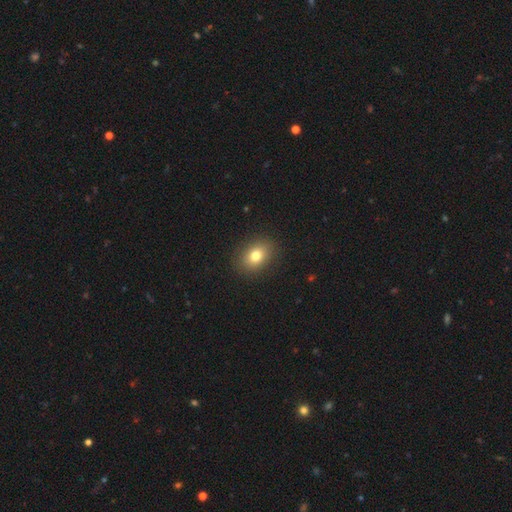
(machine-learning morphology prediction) type=smooth (79%); roundness=in between (68%); merging=none (89%).